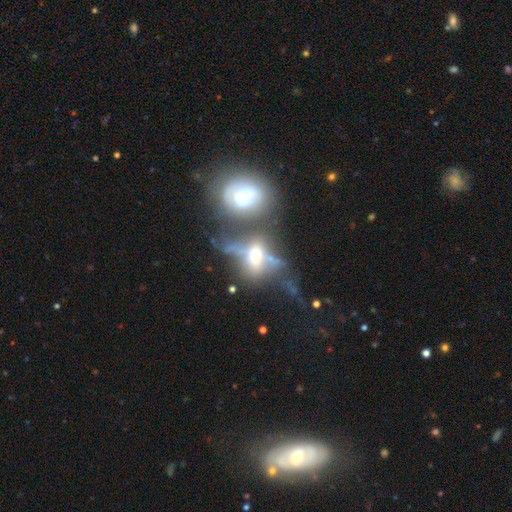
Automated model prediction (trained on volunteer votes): Morphology: type=featured or disk (60%); edge-on=no (60%); merging=merger (38%).